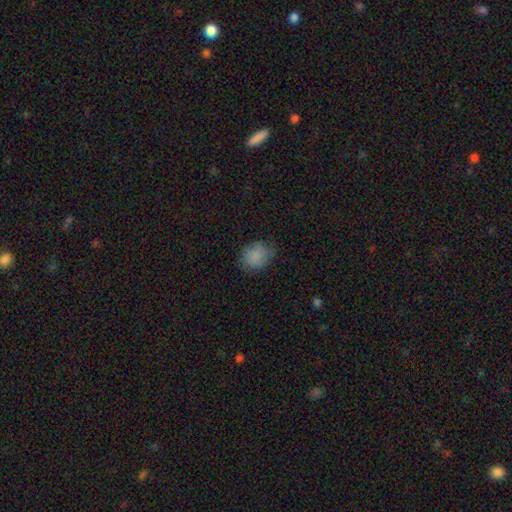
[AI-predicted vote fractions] This is clearly a smooth galaxy (85%). How rounded: possibly round (60%). Merging: likely none (75%).